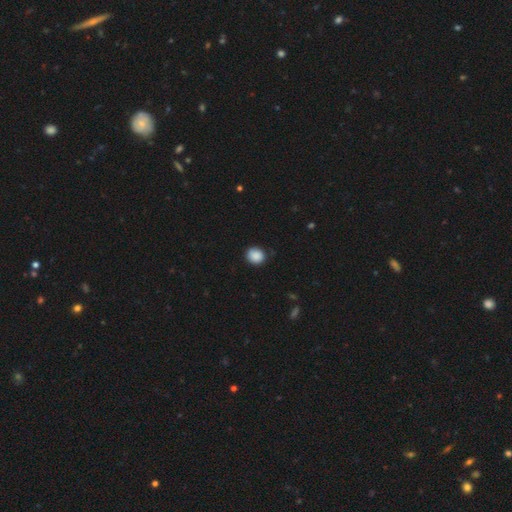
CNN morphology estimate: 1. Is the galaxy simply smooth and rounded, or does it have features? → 89% smooth, 9% star or artifact, 3% featured or disk.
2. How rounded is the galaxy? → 76% round, 24% in between, 1% cigar-shaped.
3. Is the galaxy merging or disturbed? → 85% none, 11% minor disturbance, 2% major disturbance, 1% merger.